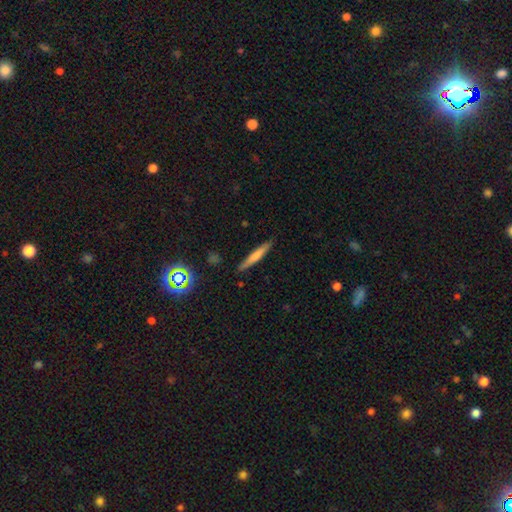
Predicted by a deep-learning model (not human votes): smooth-or-featured: smooth: 64% | featured or disk: 29% | star or artifact: 7%
  how-rounded: cigar-shaped: 93% | in between: 5% | round: 2%
  merging: none: 88% | minor disturbance: 9% | major disturbance: 2% | merger: 2%